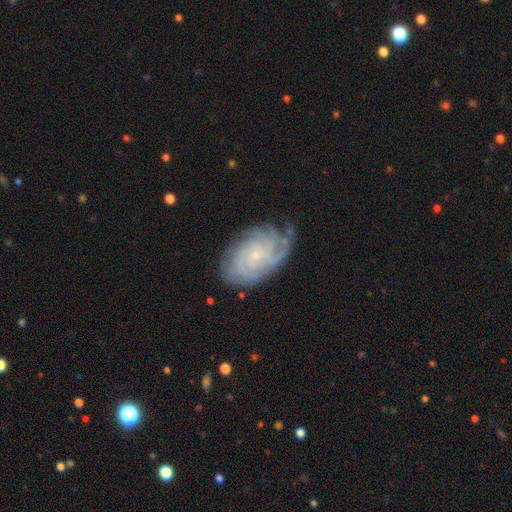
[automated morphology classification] Q: Smooth or featured?
A: featured or disk (80%); runner-up: smooth (13%)
Q: Edge-on disk?
A: no (96%); runner-up: yes (4%)
Q: Bar?
A: no (78%); runner-up: weak (18%)
Q: Spiral arms?
A: yes (96%); runner-up: no (4%)
Q: Spiral winding?
A: tight (71%); runner-up: medium (23%)
Q: Spiral arm count?
A: can't tell (33%); runner-up: 4 (25%)
Q: Bulge size?
A: small (84%); runner-up: moderate (10%)
Q: Merging?
A: none (70%); runner-up: minor disturbance (21%)